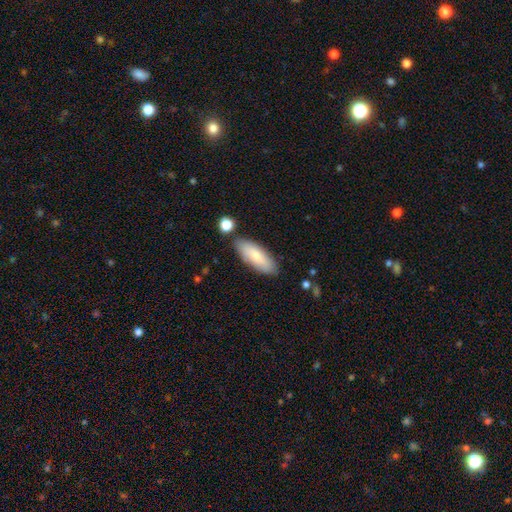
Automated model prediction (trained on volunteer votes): Q: Smooth or featured?
A: smooth (76%); runner-up: featured or disk (18%)
Q: How rounded?
A: in between (68%); runner-up: cigar-shaped (30%)
Q: Merging?
A: none (80%); runner-up: minor disturbance (13%)